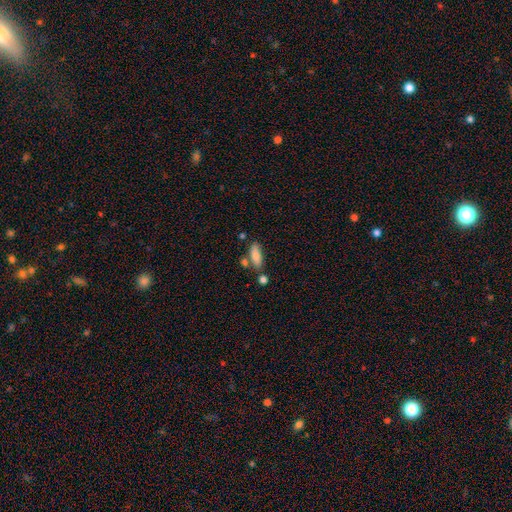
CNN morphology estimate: Smooth or featured? smooth (83%)
How rounded? in between (68%)
Merging? none (65%)